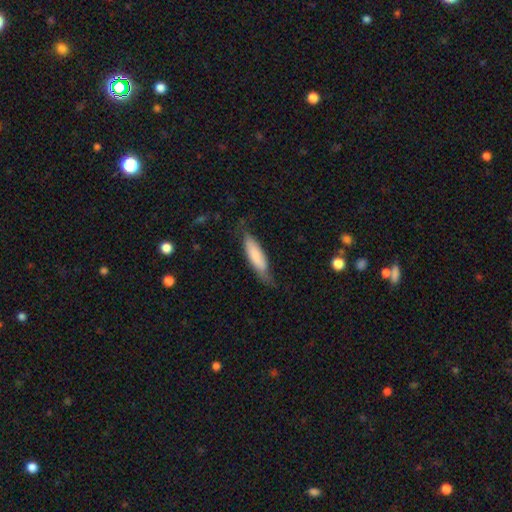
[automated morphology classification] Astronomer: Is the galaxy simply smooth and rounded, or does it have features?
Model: smooth — 74%.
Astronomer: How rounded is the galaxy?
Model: cigar-shaped — 58% (runner-up: in between, 41%).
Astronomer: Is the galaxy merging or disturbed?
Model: none — 62%.